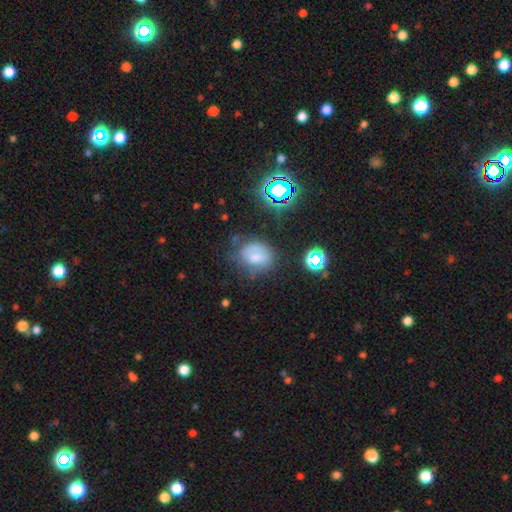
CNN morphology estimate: Smooth or featured? smooth (50%)
How rounded? in between (51%)
Merging? none (45%)